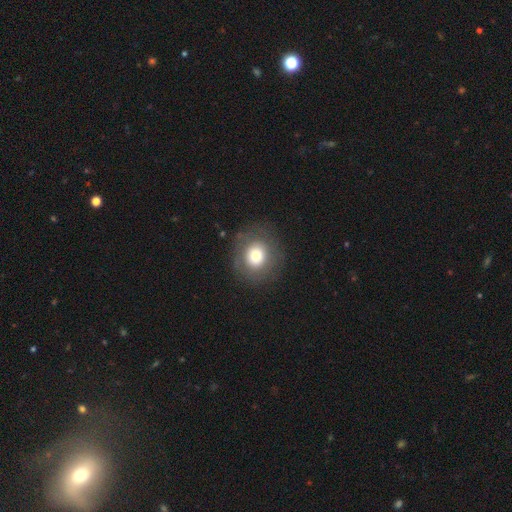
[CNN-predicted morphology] type=smooth (69%); roundness=round (83%); merging=none (82%).